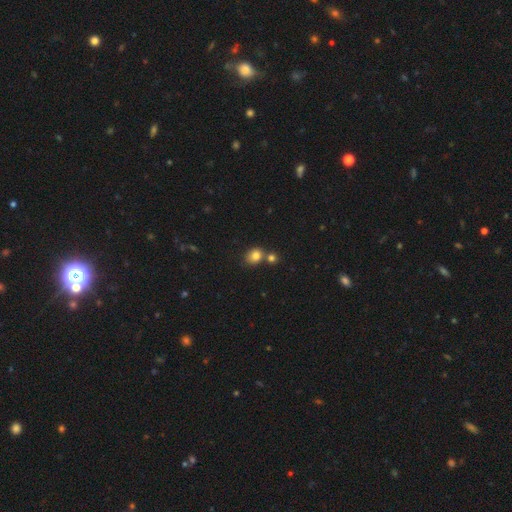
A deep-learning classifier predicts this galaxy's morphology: Q: Smooth or featured?
A: smooth (82%); runner-up: star or artifact (11%)
Q: How rounded?
A: round (58%); runner-up: in between (41%)
Q: Merging?
A: none (56%); runner-up: merger (30%)